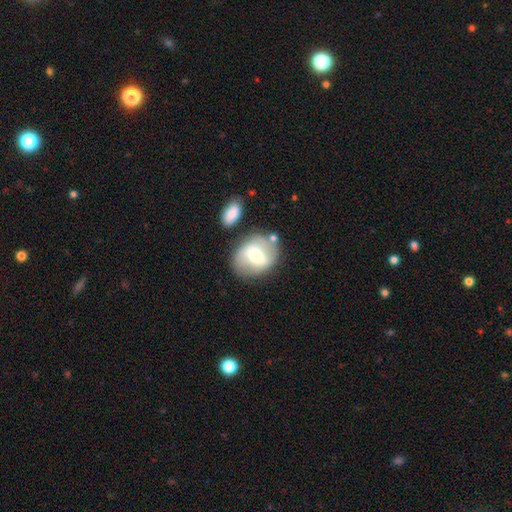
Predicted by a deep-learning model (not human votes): smooth_or_featured: featured or disk (p=0.47) [alt: smooth p=0.45]
merging: none (p=0.66) [alt: minor disturbance p=0.16]